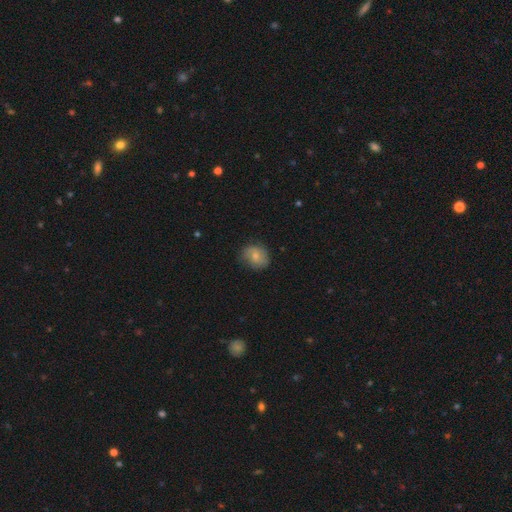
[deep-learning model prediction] A smooth galaxy with no disk features (66%) that is round (66%).

Vote fractions:
- Smooth or featured? smooth: 66% / featured or disk: 26% / star or artifact: 8%
- How rounded? round: 66% / in between: 33% / cigar-shaped: 1%
- Merging? none: 71% / minor disturbance: 22% / major disturbance: 5% / merger: 1%